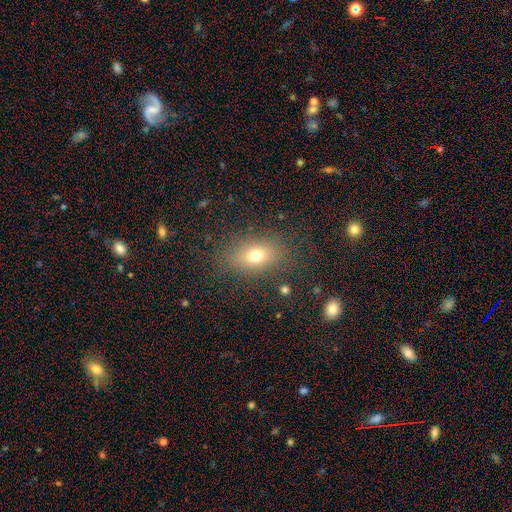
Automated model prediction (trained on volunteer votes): A smooth galaxy with no disk features (70%) that is in between round and cigar-shaped (77%). Merging: none (81%).